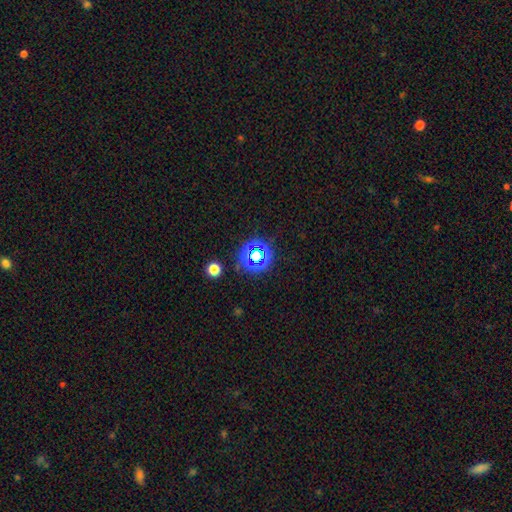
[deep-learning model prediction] This is likely a star or artifact rather than a galaxy (64%).